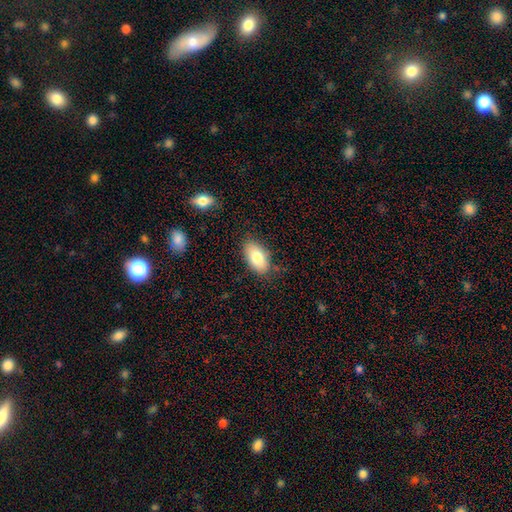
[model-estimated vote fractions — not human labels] This appears to be a smooth galaxy with no disk features (81%) that is in between round and cigar-shaped (93%). Merging: none (81%).